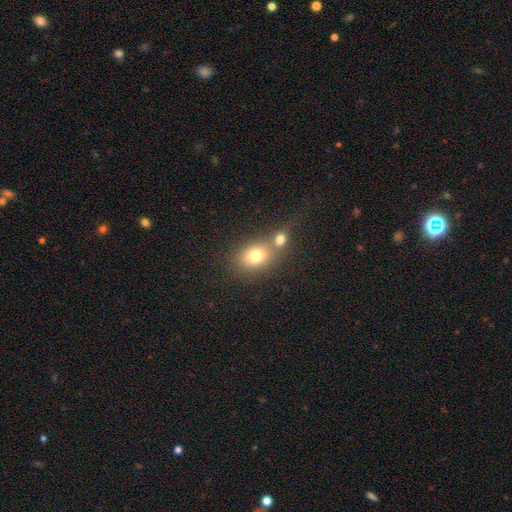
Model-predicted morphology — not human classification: Smooth or featured? smooth (75%)
How rounded? in between (53%)
Merging? merger (43%)